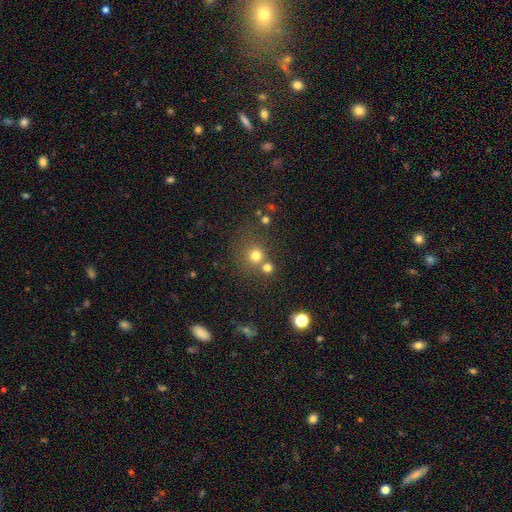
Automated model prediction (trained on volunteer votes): Smooth or featured? smooth (73%)
How rounded? round (88%)
Merging? none (60%)